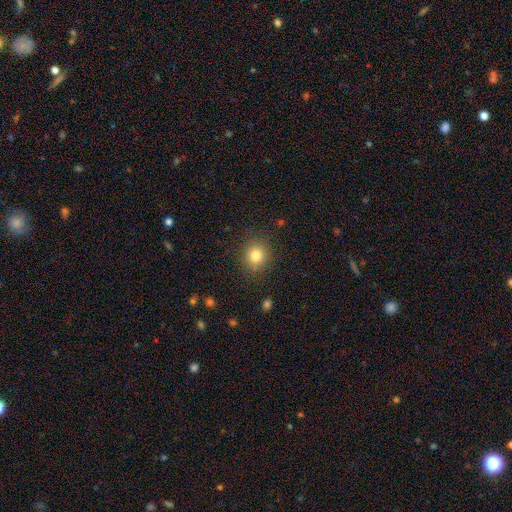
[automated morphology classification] Smooth or featured?
  - smooth: 82% *
  - star or artifact: 11%
  - featured or disk: 7%
How rounded?
  - round: 81% *
  - in between: 18%
  - cigar-shaped: 1%
Merging?
  - none: 86% *
  - minor disturbance: 9%
  - major disturbance: 3%
  - merger: 1%